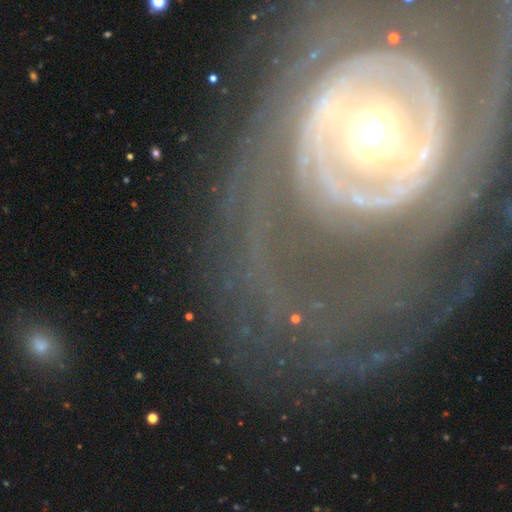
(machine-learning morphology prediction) Q: Smooth or featured?
A: featured or disk (80%); runner-up: star or artifact (11%)
Q: Edge-on disk?
A: no (94%); runner-up: yes (6%)
Q: Bar?
A: no (58%); runner-up: weak (22%)
Q: Spiral arms?
A: yes (81%); runner-up: no (19%)
Q: Spiral winding?
A: tight (67%); runner-up: medium (23%)
Q: Spiral arm count?
A: can't tell (33%); runner-up: 2 (27%)
Q: Bulge size?
A: moderate (56%); runner-up: small (28%)
Q: Merging?
A: none (63%); runner-up: major disturbance (19%)